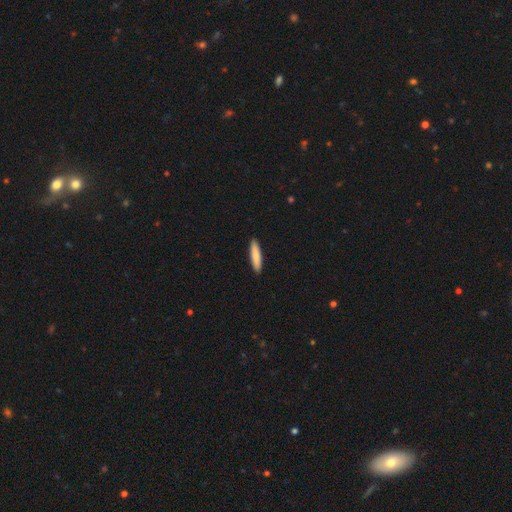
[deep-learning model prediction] Q: Smooth or featured?
A: smooth (83%); runner-up: featured or disk (12%)
Q: How rounded?
A: cigar-shaped (86%); runner-up: in between (13%)
Q: Merging?
A: none (92%); runner-up: minor disturbance (6%)